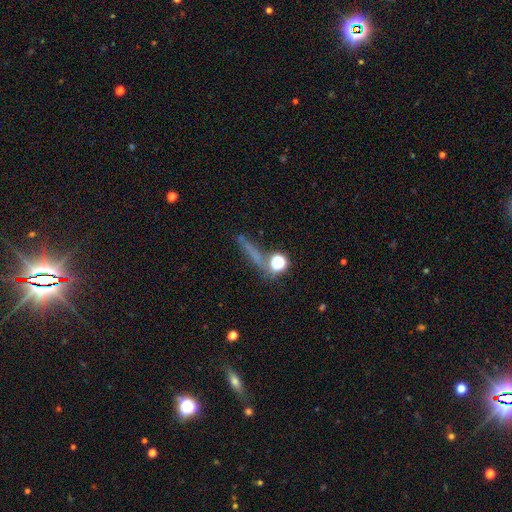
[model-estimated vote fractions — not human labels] Smooth or featured: smooth — 49% (featured or disk — 25%)
Merging: none — 67% (minor disturbance — 14%)